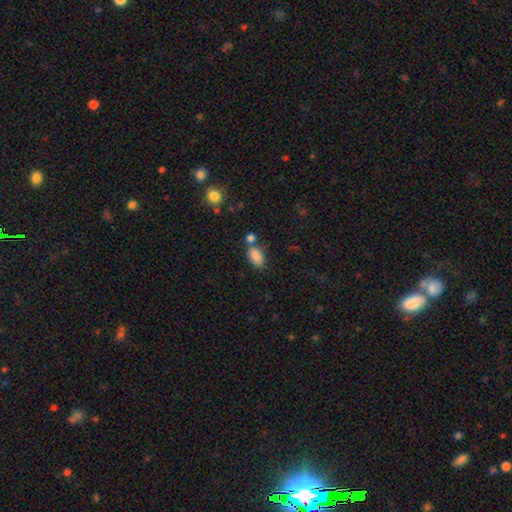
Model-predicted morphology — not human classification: The model was most divided on "merging": none: 62%, merger: 18%, minor disturbance: 15%, major disturbance: 4%. More confident: how rounded — in between (92%); smooth or featured — smooth (87%).